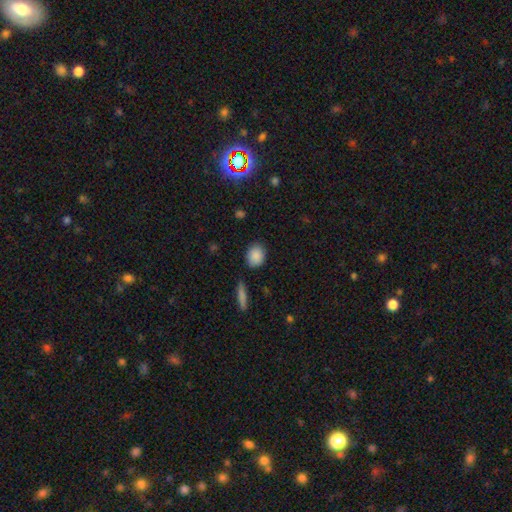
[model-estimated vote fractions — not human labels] Smooth or featured?
  - smooth: 87% *
  - star or artifact: 8%
  - featured or disk: 5%
How rounded?
  - in between: 55% *
  - round: 43%
  - cigar-shaped: 2%
Merging?
  - none: 81% *
  - minor disturbance: 13%
  - major disturbance: 3%
  - merger: 3%